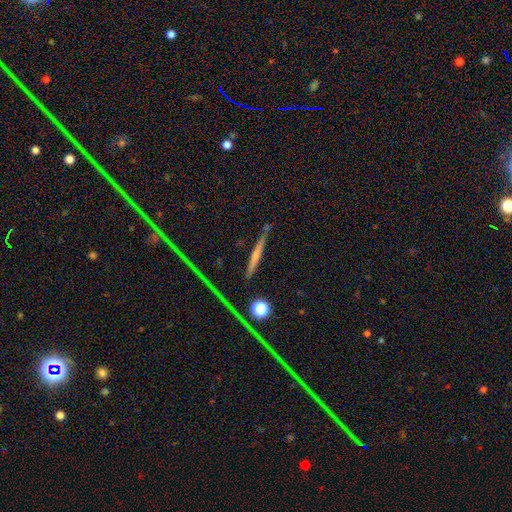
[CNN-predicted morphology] Smooth or featured?
  - featured or disk: 48% *
  - smooth: 42%
  - star or artifact: 10%
Merging?
  - none: 83% *
  - minor disturbance: 11%
  - merger: 3%
  - major disturbance: 3%